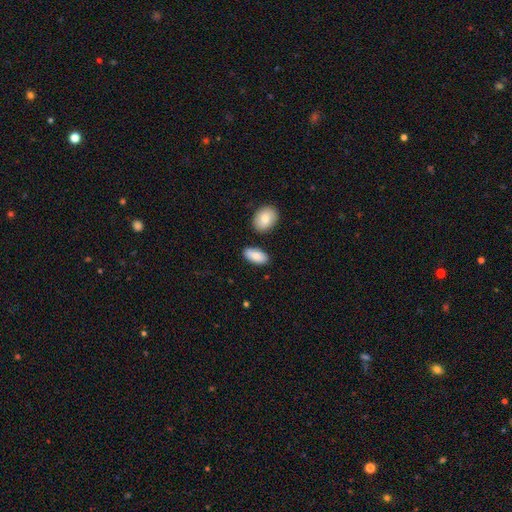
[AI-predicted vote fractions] Smooth or featured: smooth — 86% (featured or disk — 8%)
How rounded: in between — 92% (cigar-shaped — 5%)
Merging: none — 80% (minor disturbance — 11%)